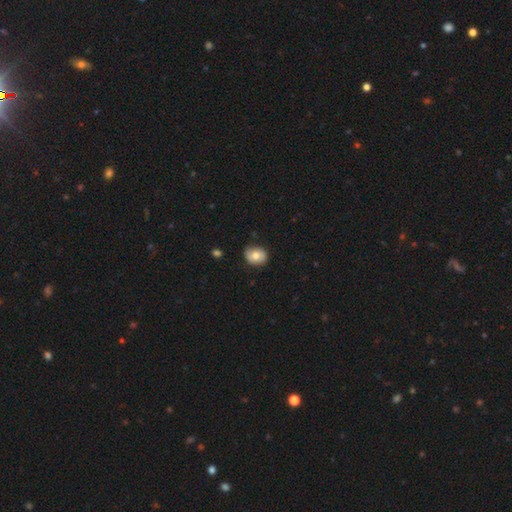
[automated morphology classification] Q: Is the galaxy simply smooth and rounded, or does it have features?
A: smooth — 68%.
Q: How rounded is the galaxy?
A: round — 51%.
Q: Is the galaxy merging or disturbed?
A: none — 79%.